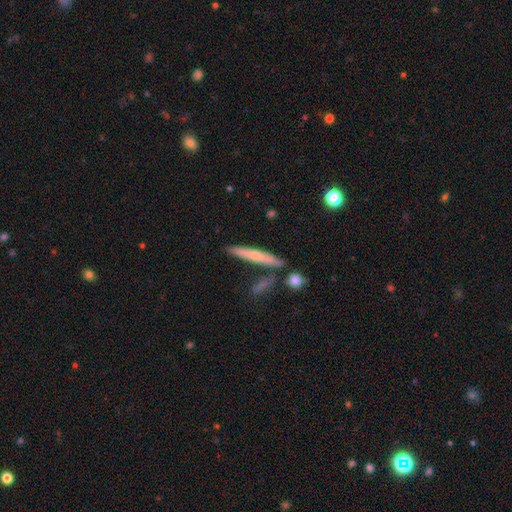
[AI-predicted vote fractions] The model was most divided on "smooth or featured" (2-way tie): smooth: 47%, featured or disk: 47%, star or artifact: 7%. More confident: merging — none (75%).